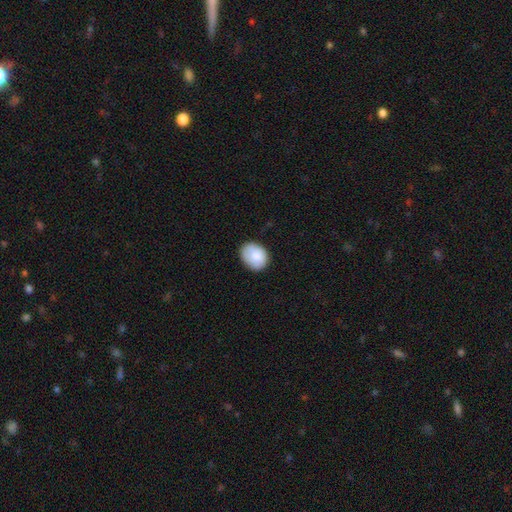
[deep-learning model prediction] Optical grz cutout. It shows a smooth galaxy with no disk features (84%) that is in between round and cigar-shaped (58%). Merging: none (73%).